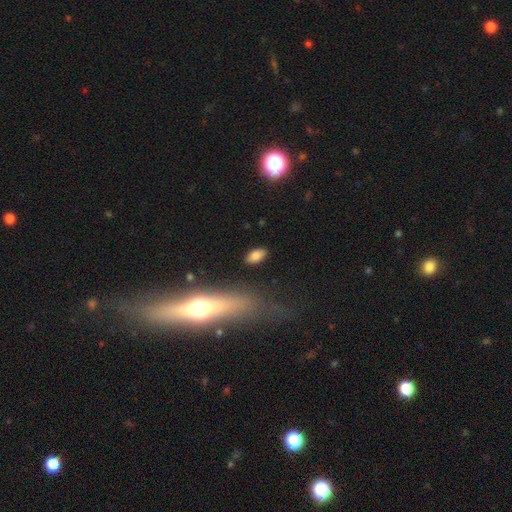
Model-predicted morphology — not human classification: A smooth galaxy with no disk features (81%) that is in between round and cigar-shaped (91%).

Vote fractions:
- Smooth or featured? smooth: 81% / featured or disk: 10% / star or artifact: 9%
- How rounded? in between: 91% / round: 6% / cigar-shaped: 4%
- Merging? none: 86% / minor disturbance: 10% / major disturbance: 3% / merger: 2%